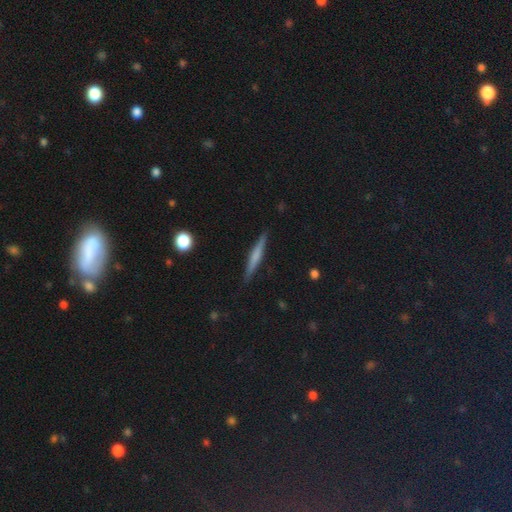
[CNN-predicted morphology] featured or disk 47% (tied), smooth 47% (tied), star or artifact 7%. Down the decision tree: merging — none (89%).